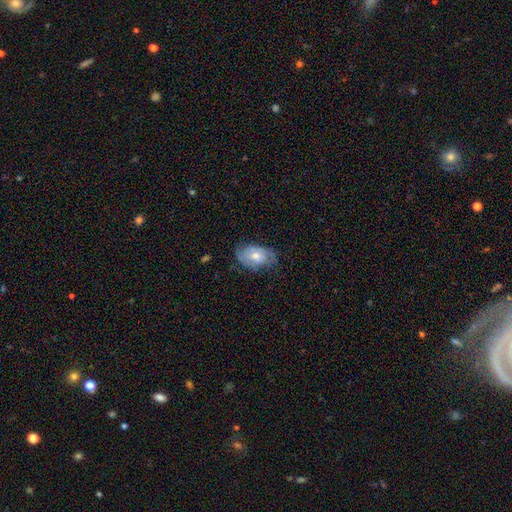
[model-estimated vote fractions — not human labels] Smooth or featured?
  - featured or disk: 47% *
  - smooth: 45%
  - star or artifact: 8%
Merging?
  - none: 66% *
  - minor disturbance: 25%
  - major disturbance: 8%
  - merger: 1%